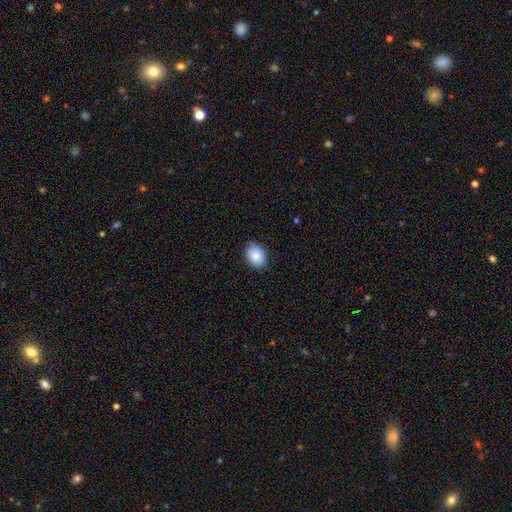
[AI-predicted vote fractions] Overall: smooth (88%). How rounded: in between (55%; round 44%). Merging: none (85%).